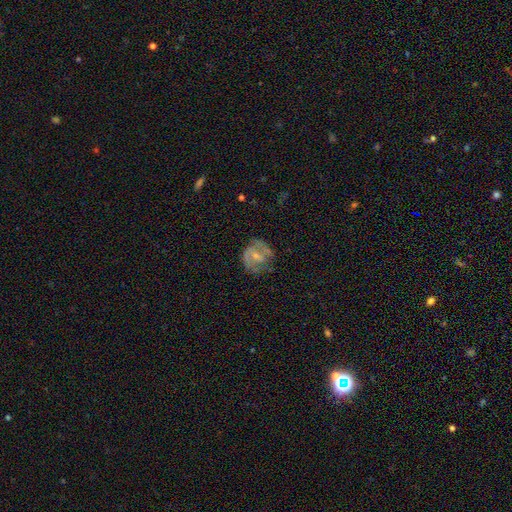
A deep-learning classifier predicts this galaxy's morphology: A featured or disk galaxy (66%) with a weak bar (46%), 2 (71%) medium (46%) spiral arms (80%) and a small central bulge (52%). Merging: none (59%).